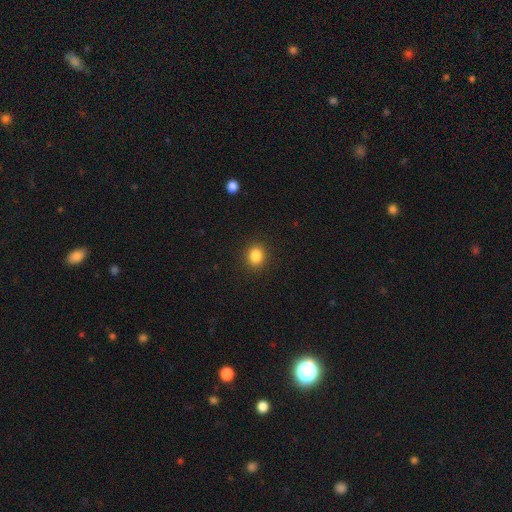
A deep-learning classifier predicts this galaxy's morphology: type=smooth (86%); roundness=round (69%); merging=none (91%).